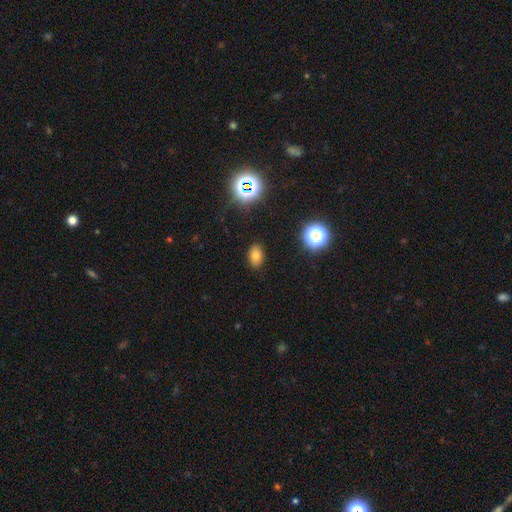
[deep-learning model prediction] Smooth or featured: smooth — 72% (star or artifact — 18%)
How rounded: in between — 83% (round — 15%)
Merging: none — 87% (minor disturbance — 9%)